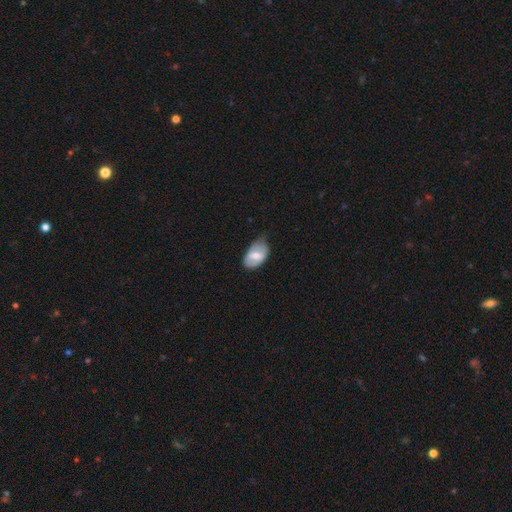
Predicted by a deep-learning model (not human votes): Smooth or featured: smooth — 56% (featured or disk — 38%)
How rounded: in between — 90% (round — 9%)
Merging: none — 54% (minor disturbance — 36%)